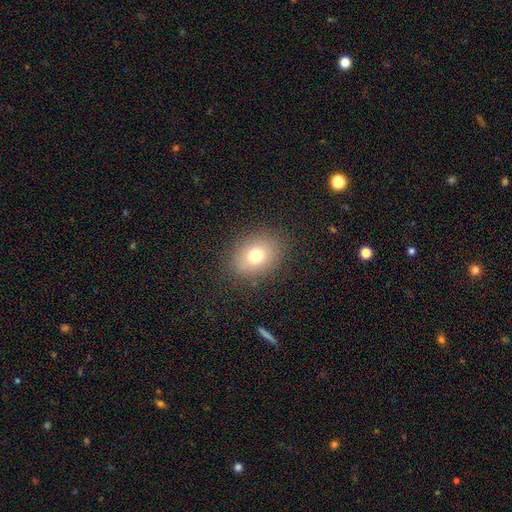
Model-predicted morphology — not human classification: Overall: smooth (73%). How rounded: in between (51%; round 48%). Merging: none (85%).